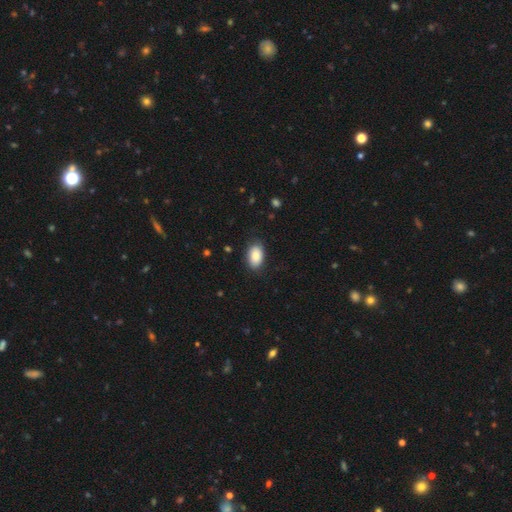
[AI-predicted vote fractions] This is clearly a smooth galaxy (86%). How rounded: clearly in between (92%). Merging: clearly none (80%).